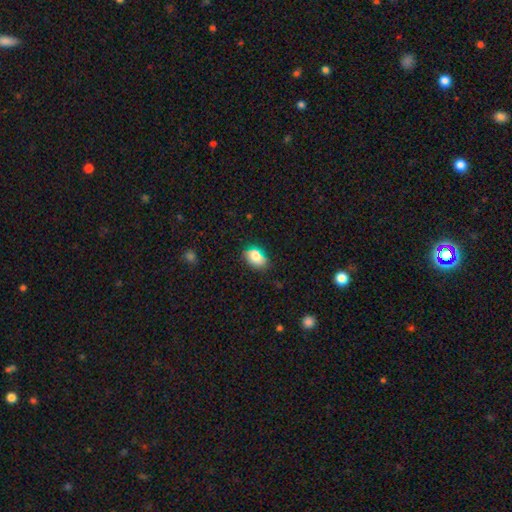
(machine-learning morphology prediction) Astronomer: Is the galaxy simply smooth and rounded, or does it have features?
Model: smooth — 81%.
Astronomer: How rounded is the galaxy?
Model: in between — 80%.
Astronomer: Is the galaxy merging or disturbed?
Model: none — 76%.